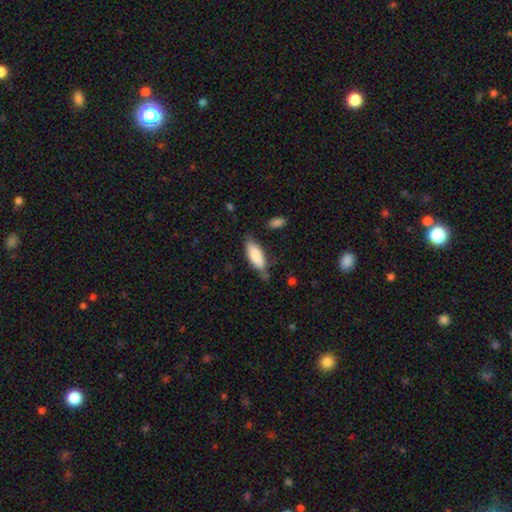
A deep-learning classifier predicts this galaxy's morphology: type=smooth (83%); roundness=in between (71%); merging=none (61%).